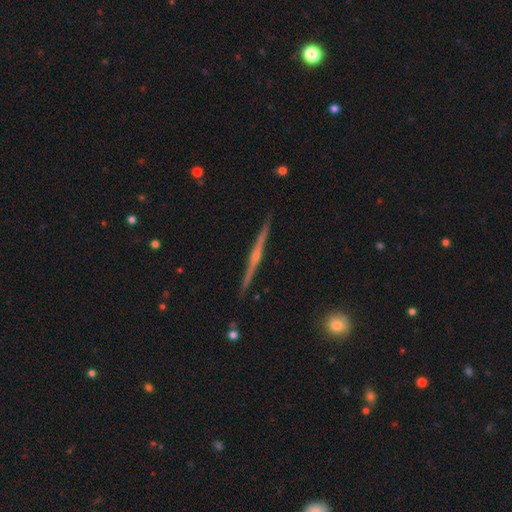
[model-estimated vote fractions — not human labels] This appears to be a featured or disk galaxy (83%) viewed edge-on (98%) with a rounded central bulge (76%). Merging: none (91%).